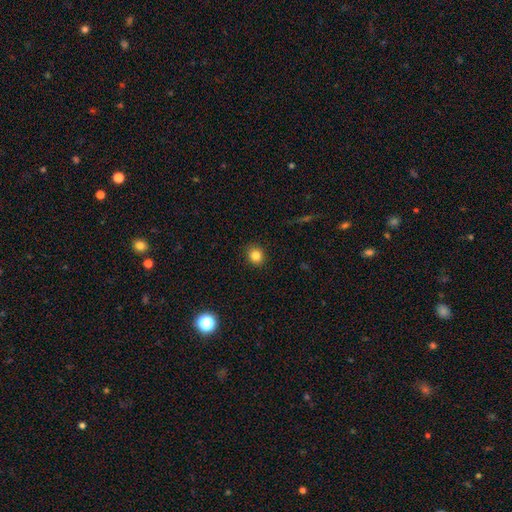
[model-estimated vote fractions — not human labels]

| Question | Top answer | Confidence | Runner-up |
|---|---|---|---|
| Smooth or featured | smooth | 83% | star or artifact (12%) |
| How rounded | round | 80% | in between (19%) |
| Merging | none | 90% | minor disturbance (7%) |